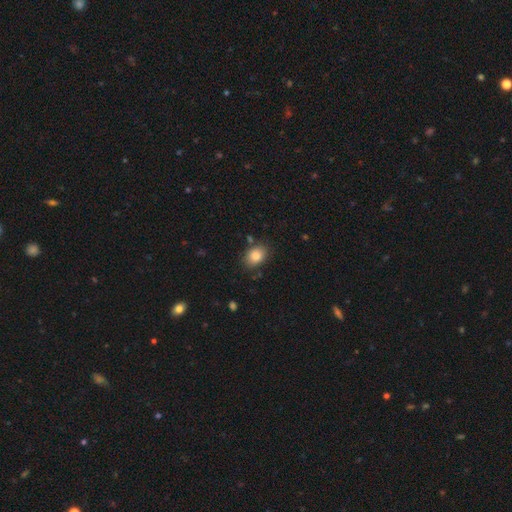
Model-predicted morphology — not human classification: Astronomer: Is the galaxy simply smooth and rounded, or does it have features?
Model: smooth — 85%.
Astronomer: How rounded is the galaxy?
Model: in between — 68%.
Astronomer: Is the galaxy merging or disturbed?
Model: none — 81%.